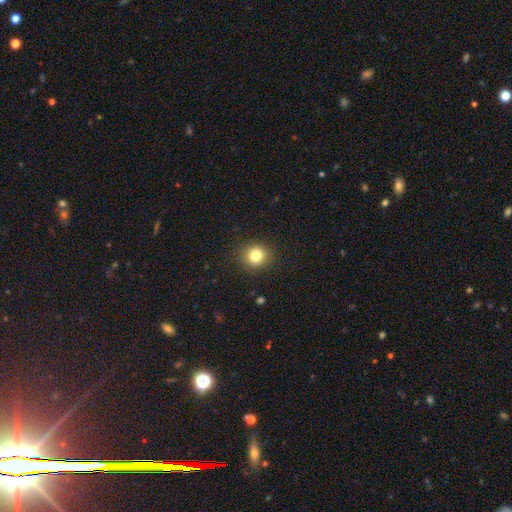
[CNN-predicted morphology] smooth-or-featured: smooth: 82% | star or artifact: 12% | featured or disk: 6%
  how-rounded: round: 84% | in between: 15% | cigar-shaped: 1%
  merging: none: 90% | minor disturbance: 7% | major disturbance: 2% | merger: 1%